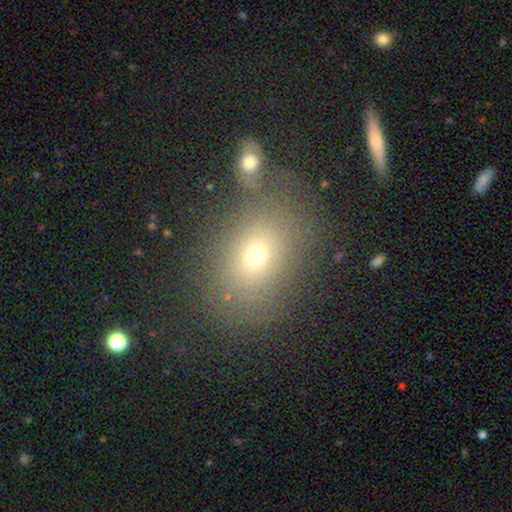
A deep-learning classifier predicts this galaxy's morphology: smooth-or-featured: smooth: 66% | star or artifact: 19% | featured or disk: 15%
  how-rounded: in between: 60% | round: 39% | cigar-shaped: 1%
  merging: none: 75% | minor disturbance: 12% | merger: 7% | major disturbance: 6%